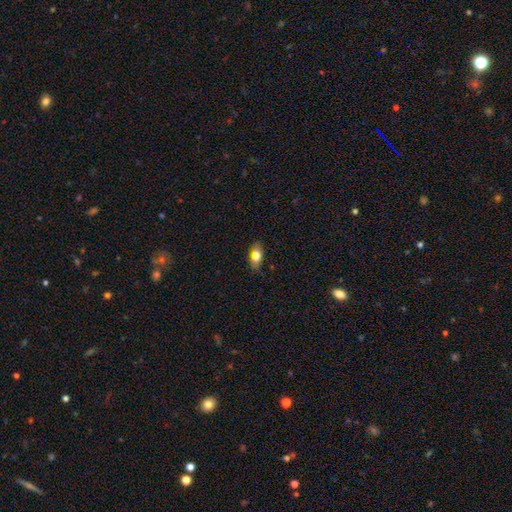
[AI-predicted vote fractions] Q: Smooth or featured?
A: smooth (74%); runner-up: featured or disk (15%)
Q: How rounded?
A: in between (86%); runner-up: round (8%)
Q: Merging?
A: none (77%); runner-up: minor disturbance (17%)